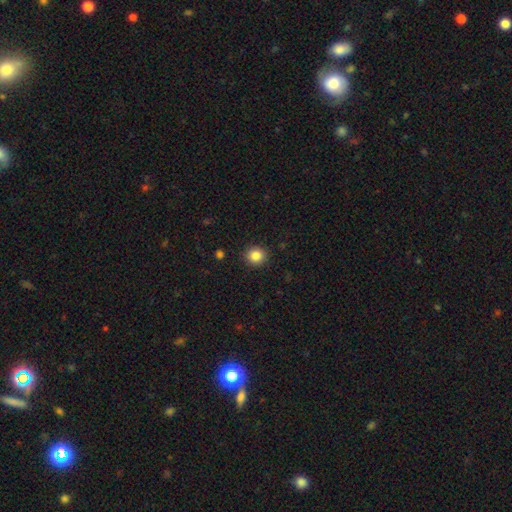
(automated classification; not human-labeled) Smooth or featured? smooth (85%)
How rounded? round (89%)
Merging? none (91%)